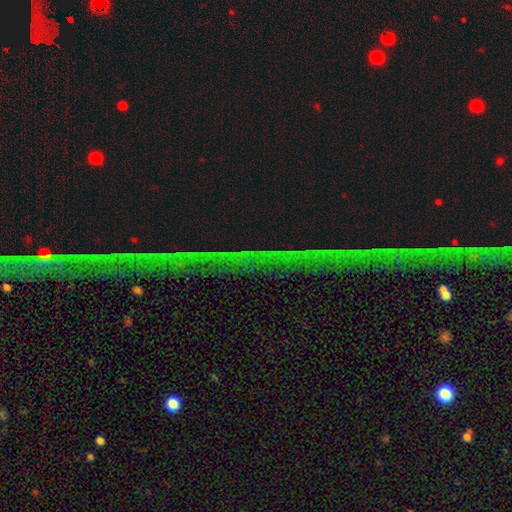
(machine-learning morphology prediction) The model was most divided on "smooth or featured": star or artifact: 78%, featured or disk: 13%, smooth: 9%.